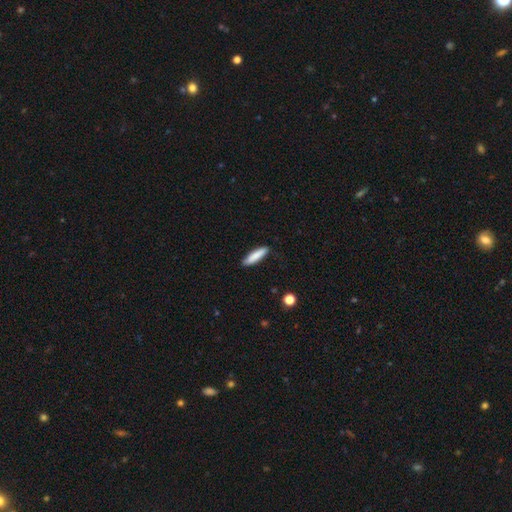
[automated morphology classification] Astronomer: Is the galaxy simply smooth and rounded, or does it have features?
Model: smooth — 84%.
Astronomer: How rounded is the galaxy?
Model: cigar-shaped — 78%.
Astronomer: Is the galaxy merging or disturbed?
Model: none — 88%.